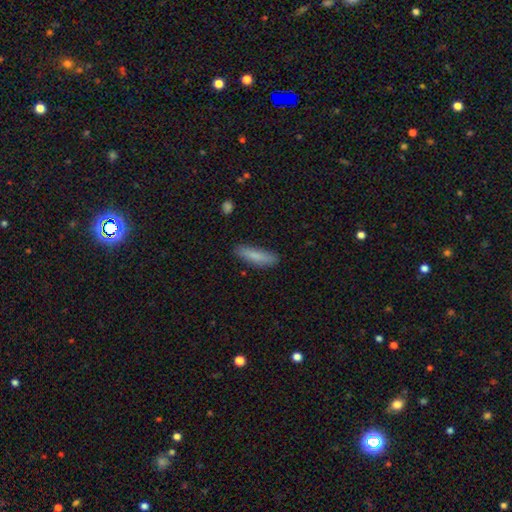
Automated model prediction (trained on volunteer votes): Morphology: type=smooth (83%); roundness=cigar-shaped (75%); merging=none (84%).